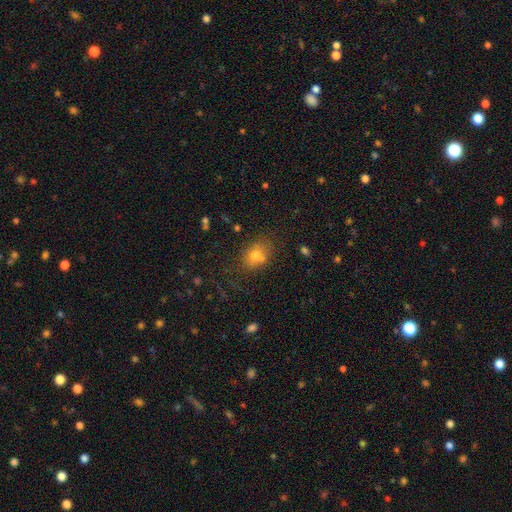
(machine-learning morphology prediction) Smooth or featured? smooth (70%)
How rounded? in between (55%)
Merging? none (63%)